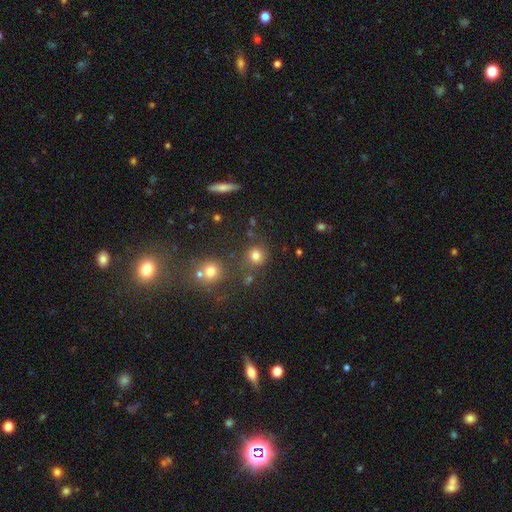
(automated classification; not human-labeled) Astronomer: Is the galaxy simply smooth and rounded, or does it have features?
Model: smooth — 75%.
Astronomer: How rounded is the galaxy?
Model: round — 86%.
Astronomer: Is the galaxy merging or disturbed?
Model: none — 74%.